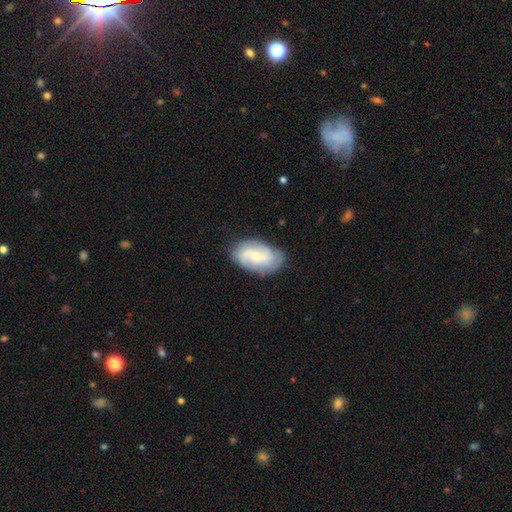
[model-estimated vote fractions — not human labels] A featured or disk galaxy (69%) with no bar (50%), 2 (46%) medium (41%) spiral arms (92%) and a small central bulge (65%).

Vote fractions:
- Smooth or featured? featured or disk: 69% / smooth: 25% / star or artifact: 7%
- Edge-on disk? no: 96% / yes: 4%
- Bar? no: 50% / weak: 41% / strong: 9%
- Spiral arms? yes: 92% / no: 8%
- Spiral winding? medium: 41% / tight: 34% / loose: 25%
- Spiral arm count? 2: 46% / can't tell: 24% / 3: 19% / 4: 5% / 1: 4% / more than 4: 3%
- Bulge size? small: 65% / moderate: 30% / none: 3% / large: 2% / dominant: 1%
- Merging? none: 79% / minor disturbance: 16% / major disturbance: 4% / merger: 1%